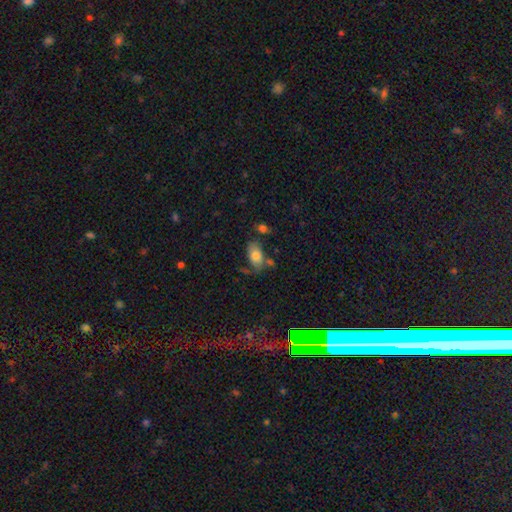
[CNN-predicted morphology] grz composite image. It shows a smooth galaxy with no disk features (77%) that is in between round and cigar-shaped (92%). Merging: none (56%).